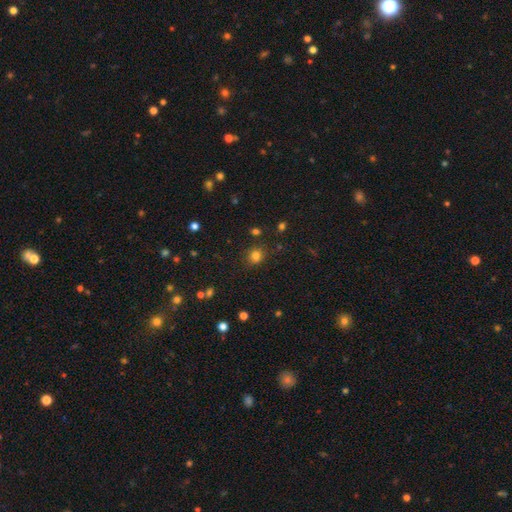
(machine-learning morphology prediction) A smooth galaxy with no disk features (79%) that is round (80%).

Vote fractions:
- Smooth or featured? smooth: 79% / star or artifact: 16% / featured or disk: 5%
- How rounded? round: 80% / in between: 19% / cigar-shaped: 1%
- Merging? none: 83% / minor disturbance: 11% / major disturbance: 3% / merger: 3%